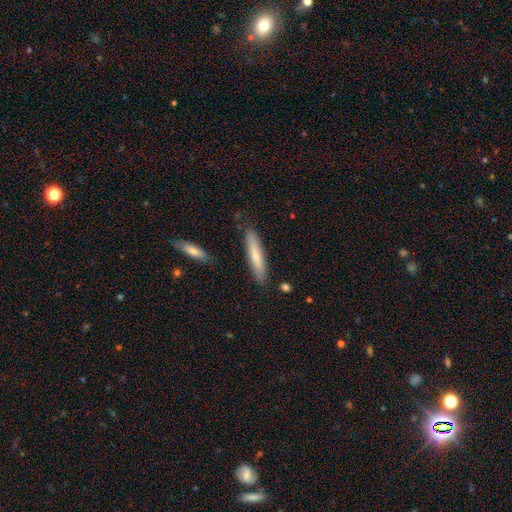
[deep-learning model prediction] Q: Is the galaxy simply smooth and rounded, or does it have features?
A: smooth — 66%.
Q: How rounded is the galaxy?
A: cigar-shaped — 85%.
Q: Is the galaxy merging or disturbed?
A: none — 86%.